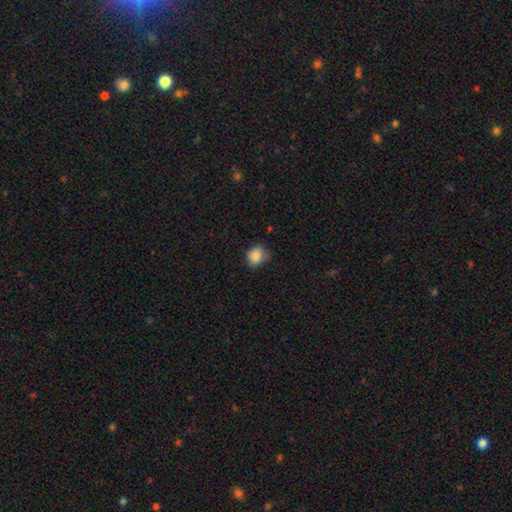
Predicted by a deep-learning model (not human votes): The model was most divided on "how rounded": round: 65%, in between: 34%, cigar-shaped: 1%. More confident: smooth or featured — smooth (87%); merging — none (64%).